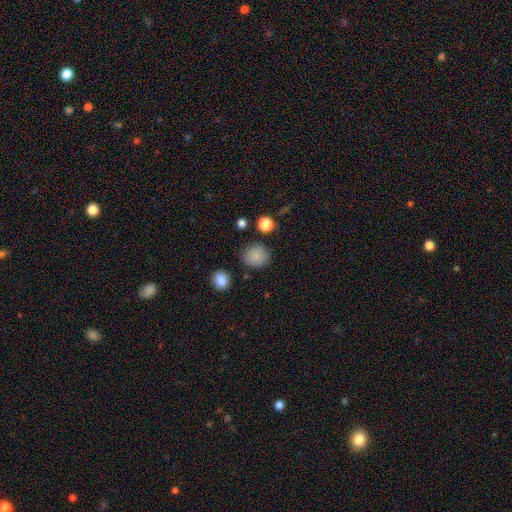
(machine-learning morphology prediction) type=smooth (86%); roundness=round (86%); merging=none (84%).